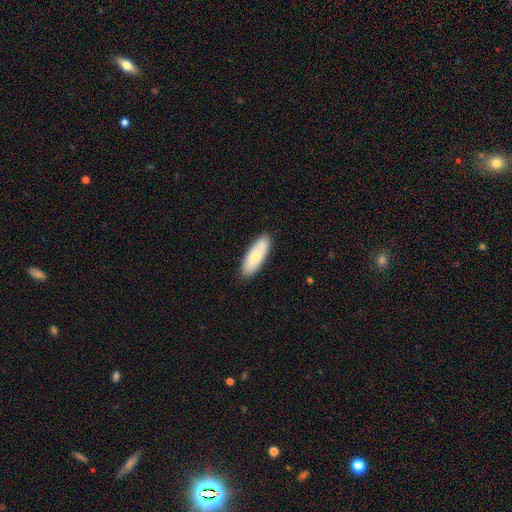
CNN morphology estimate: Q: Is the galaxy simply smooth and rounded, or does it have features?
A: smooth — 78%.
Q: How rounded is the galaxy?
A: in between — 65%.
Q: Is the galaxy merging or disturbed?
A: none — 88%.